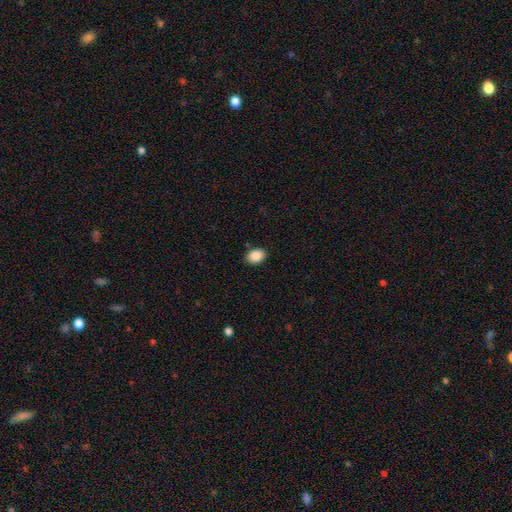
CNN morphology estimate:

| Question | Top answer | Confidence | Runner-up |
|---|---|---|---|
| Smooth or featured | smooth | 89% | star or artifact (8%) |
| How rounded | in between | 70% | round (29%) |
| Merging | none | 89% | minor disturbance (8%) |